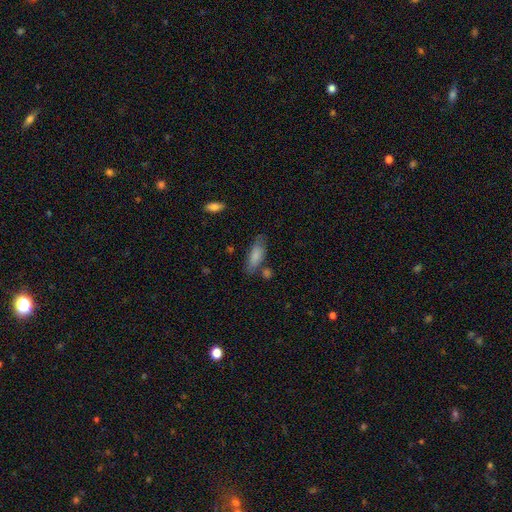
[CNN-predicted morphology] Smooth or featured?
  - smooth: 82% *
  - featured or disk: 12%
  - star or artifact: 7%
How rounded?
  - in between: 69% *
  - cigar-shaped: 29%
  - round: 2%
Merging?
  - none: 68% *
  - minor disturbance: 18%
  - merger: 9%
  - major disturbance: 5%